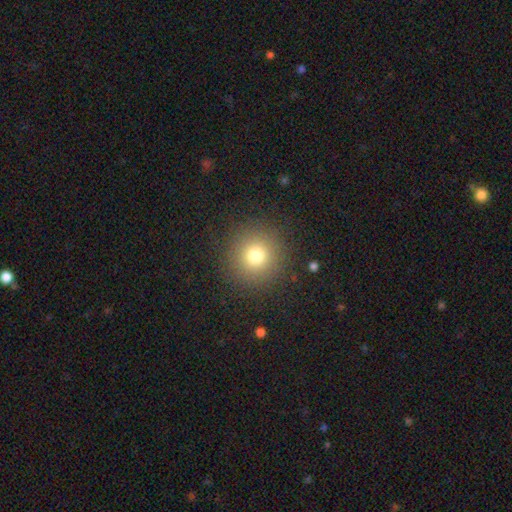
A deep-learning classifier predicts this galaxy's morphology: Smooth or featured?
  - smooth: 76% *
  - star or artifact: 15%
  - featured or disk: 9%
How rounded?
  - round: 95% *
  - in between: 4%
  - cigar-shaped: 1%
Merging?
  - none: 89% *
  - minor disturbance: 6%
  - major disturbance: 3%
  - merger: 1%